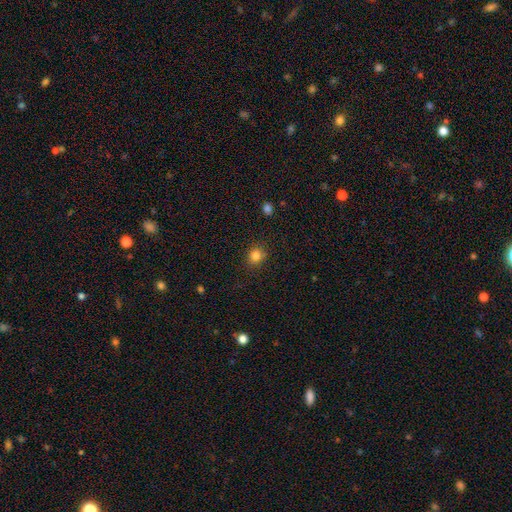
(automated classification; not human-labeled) This is clearly a smooth galaxy (83%). How rounded: likely round (78%). Merging: clearly none (84%).